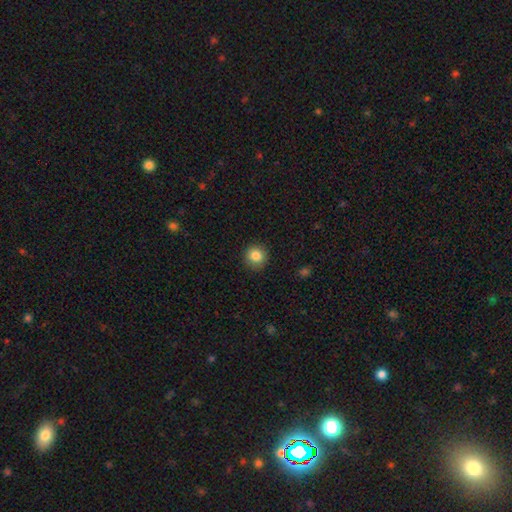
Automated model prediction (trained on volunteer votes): smooth-or-featured: smooth: 84% | star or artifact: 10% | featured or disk: 6%
  how-rounded: round: 93% | in between: 6% | cigar-shaped: 1%
  merging: none: 91% | minor disturbance: 6% | major disturbance: 2% | merger: 1%